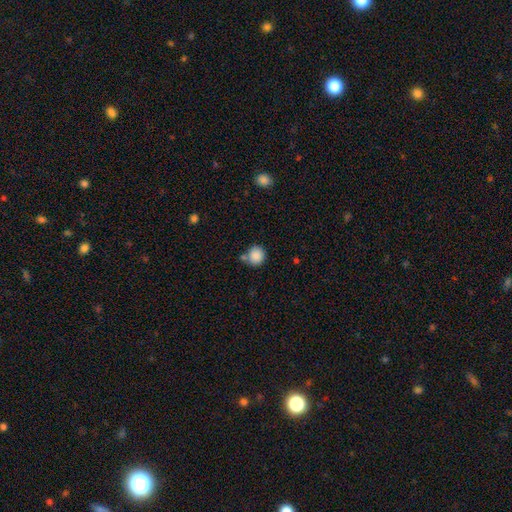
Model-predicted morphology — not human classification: This appears to be a smooth galaxy with no disk features (87%) that is round (90%). Merging: none (67%).